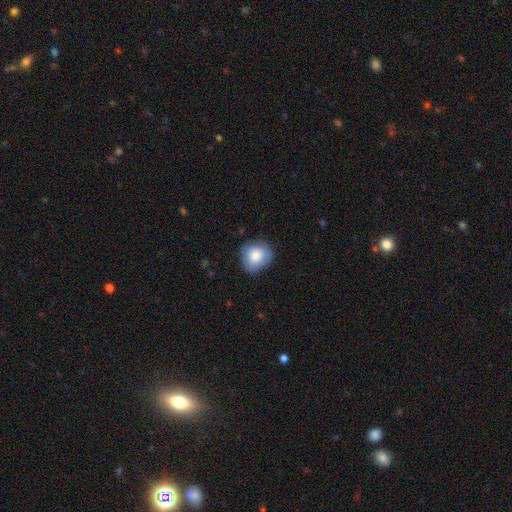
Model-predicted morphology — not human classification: This is likely a smooth galaxy (77%). How rounded: clearly round (84%). Merging: likely none (76%).